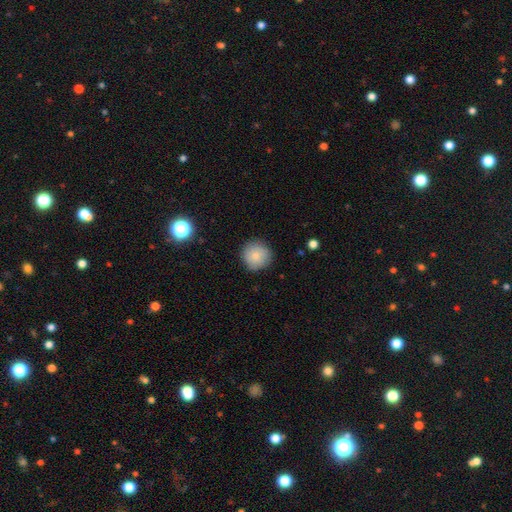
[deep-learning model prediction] smooth 83%, featured or disk 8%, star or artifact 8%. Down the decision tree: how rounded — round (94%); merging — none (87%).